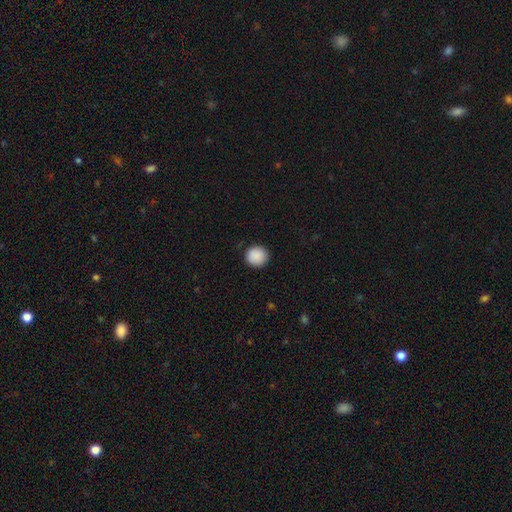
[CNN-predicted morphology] Q: Smooth or featured?
A: smooth (90%); runner-up: star or artifact (8%)
Q: How rounded?
A: round (94%); runner-up: in between (6%)
Q: Merging?
A: none (90%); runner-up: minor disturbance (7%)